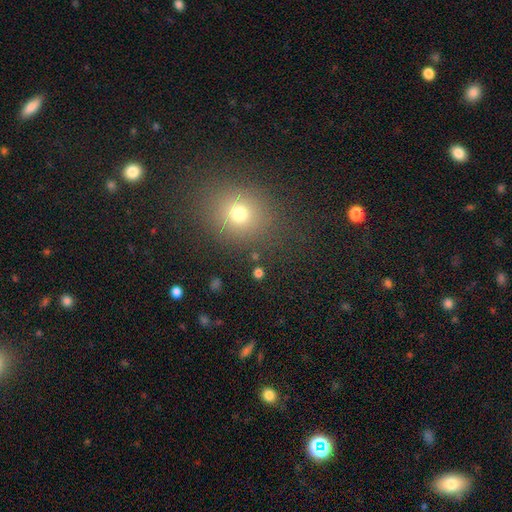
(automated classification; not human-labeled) smooth_or_featured: smooth (p=0.67) [alt: star or artifact p=0.24]
how_rounded: round (p=0.67) [alt: in between p=0.31]
merging: none (p=0.82) [alt: minor disturbance p=0.09]